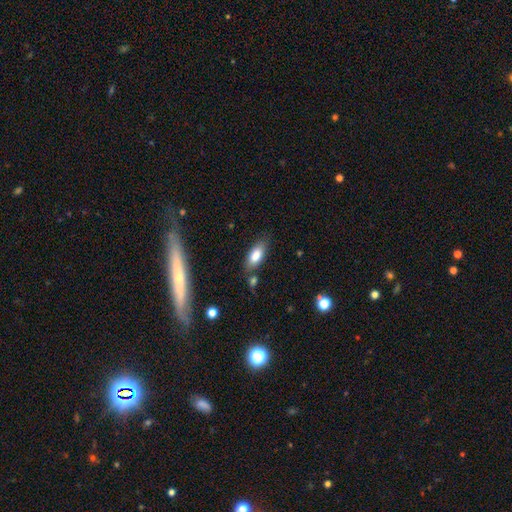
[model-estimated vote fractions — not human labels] Smooth or featured? Predicted: smooth (p=0.81). How rounded? Predicted: in between (p=0.85). Merging? Predicted: none (p=0.75).